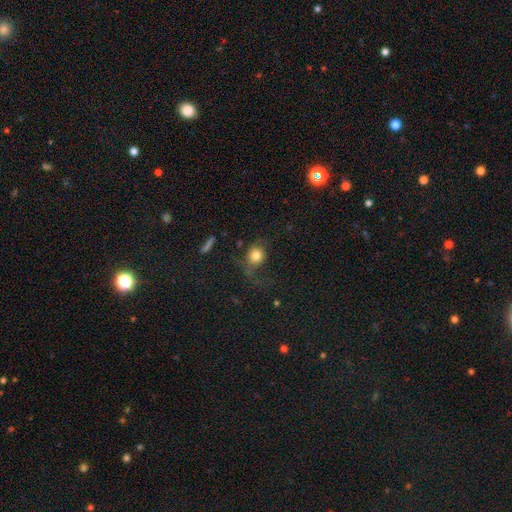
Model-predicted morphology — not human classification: This appears to be a smooth galaxy with no disk features (76%) that is round (73%). Merging: none (40%).